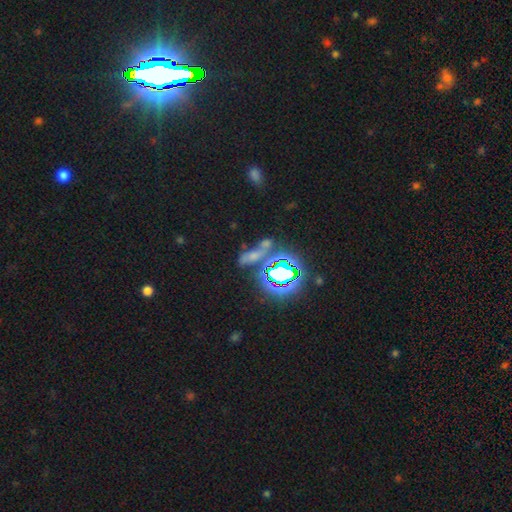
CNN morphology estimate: Q: Smooth or featured?
A: star or artifact (44%); runner-up: smooth (39%)